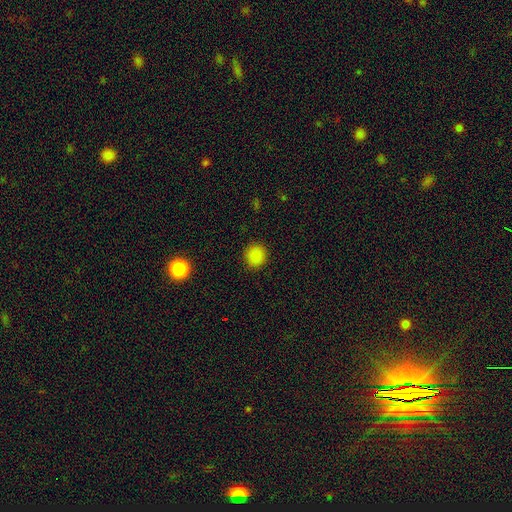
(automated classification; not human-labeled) Smooth or featured? smooth (86%)
How rounded? round (91%)
Merging? none (91%)